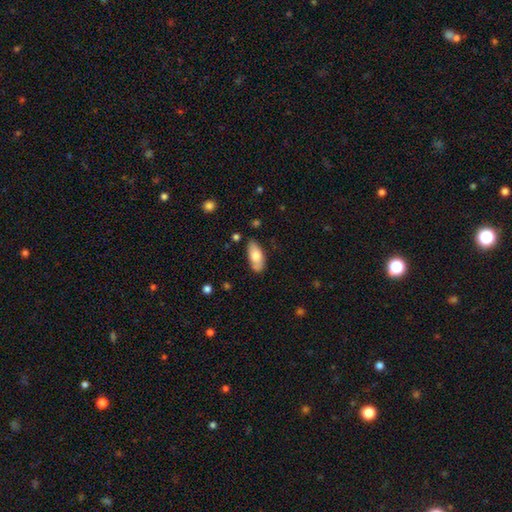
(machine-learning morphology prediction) The model was most divided on "smooth or featured": smooth: 73%, featured or disk: 21%, star or artifact: 6%. More confident: how rounded — in between (87%); merging — none (73%).